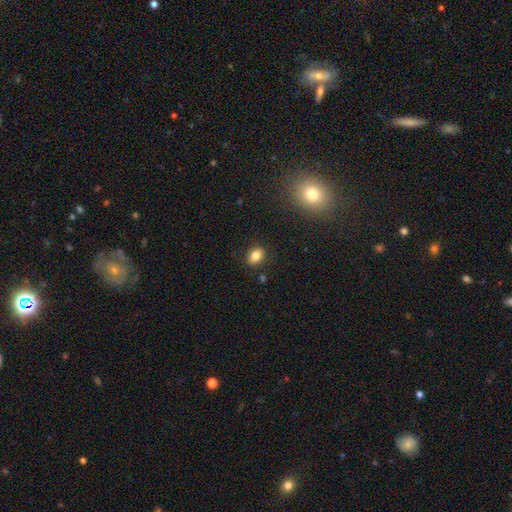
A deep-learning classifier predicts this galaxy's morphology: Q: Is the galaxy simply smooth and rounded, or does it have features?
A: smooth — 81%.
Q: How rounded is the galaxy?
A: in between — 69%.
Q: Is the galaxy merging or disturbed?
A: none — 86%.